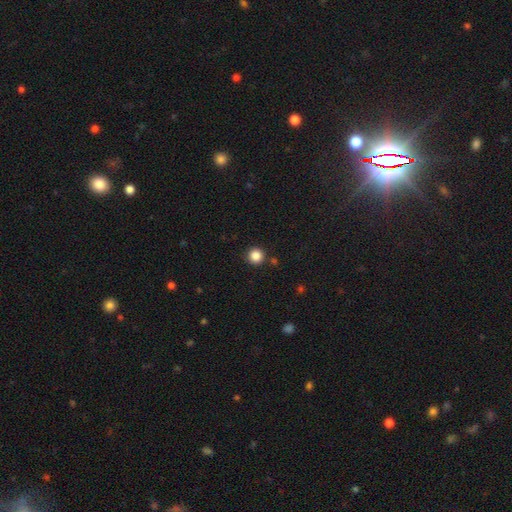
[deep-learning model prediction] Overall: smooth (86%). How rounded: round (95%). Merging: none (90%).